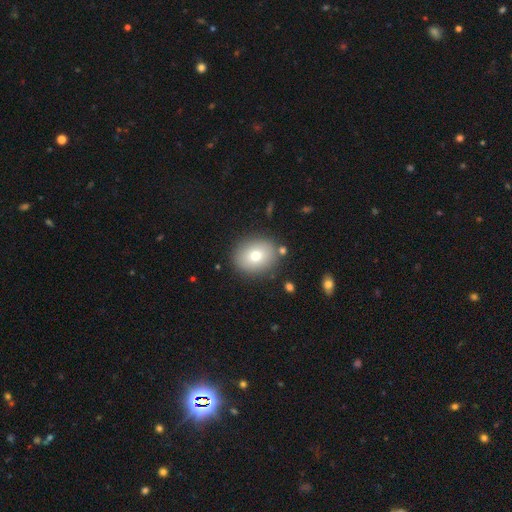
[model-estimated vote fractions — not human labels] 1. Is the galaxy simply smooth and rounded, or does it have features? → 74% smooth, 16% featured or disk, 11% star or artifact.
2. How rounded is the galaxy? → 65% round, 34% in between, 1% cigar-shaped.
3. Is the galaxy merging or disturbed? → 85% none, 9% minor disturbance, 3% merger, 3% major disturbance.